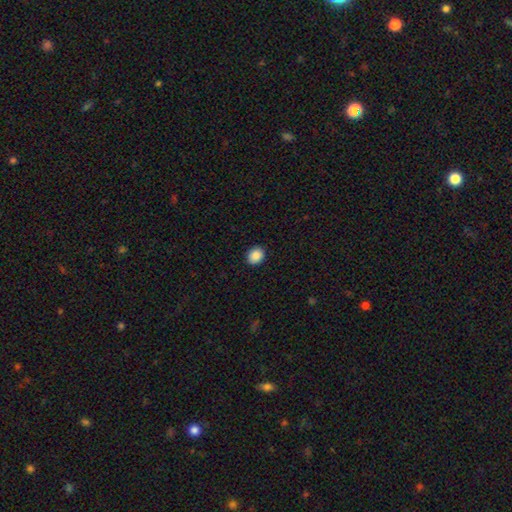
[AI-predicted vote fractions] This appears to be a smooth galaxy with no disk features (88%) that is round (56%). Merging: none (92%).